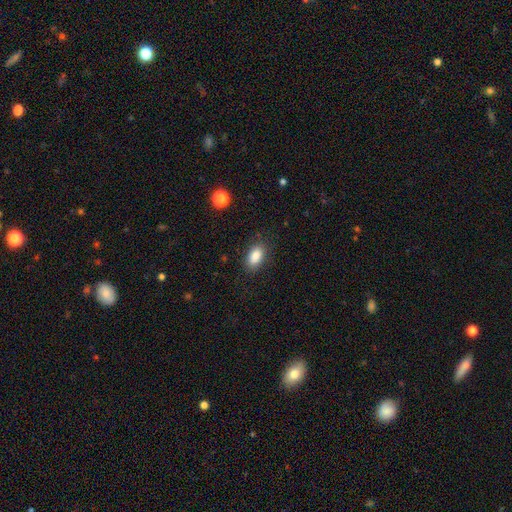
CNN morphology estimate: smooth_or_featured: smooth (p=0.85) [alt: star or artifact p=0.08]
how_rounded: in between (p=0.91) [alt: round p=0.06]
merging: none (p=0.83) [alt: minor disturbance p=0.12]